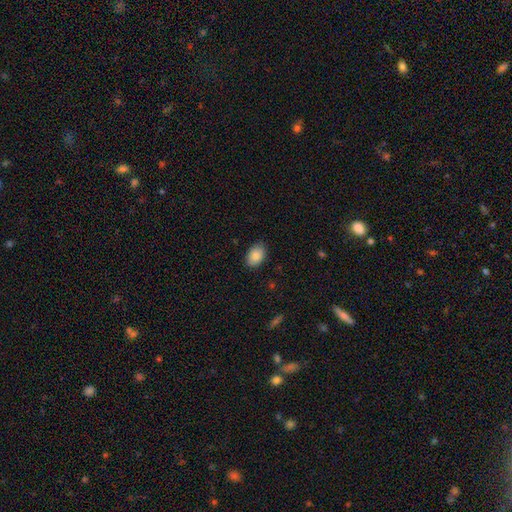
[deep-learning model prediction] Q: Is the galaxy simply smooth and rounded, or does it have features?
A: smooth — 86%.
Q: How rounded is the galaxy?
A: in between — 87%.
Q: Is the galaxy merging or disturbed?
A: none — 85%.